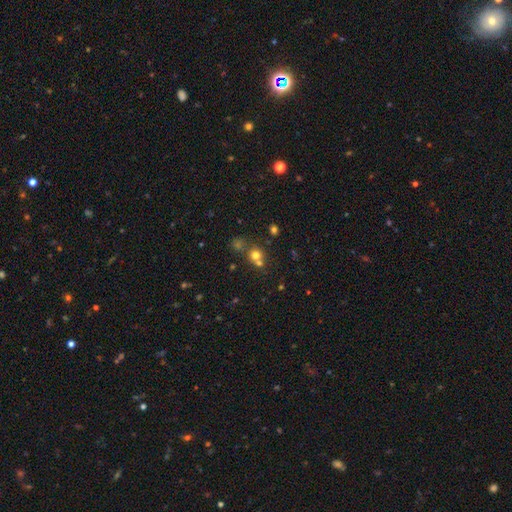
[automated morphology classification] This appears to be a smooth galaxy with no disk features (65%) that is round (86%). Merging: none (52%).